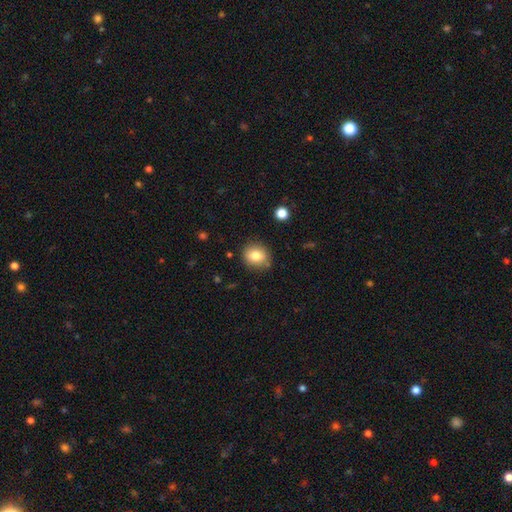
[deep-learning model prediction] smooth 80%, featured or disk 10%, star or artifact 10%. Down the decision tree: how rounded — round (73%); merging — none (83%).